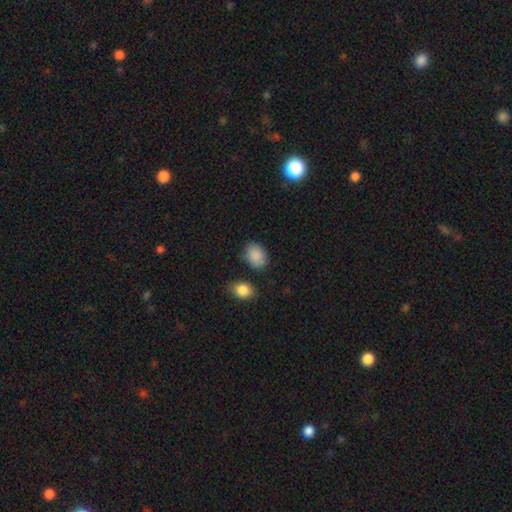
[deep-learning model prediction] smooth 89%, star or artifact 8%, featured or disk 4%. Down the decision tree: how rounded — in between (70%); merging — none (76%).